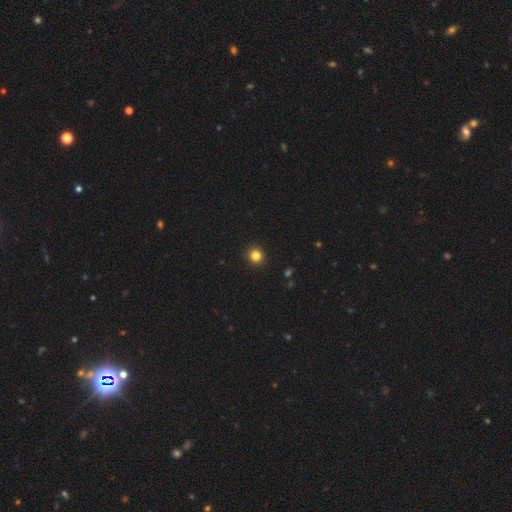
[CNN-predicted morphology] Smooth or featured?
  - smooth: 83% *
  - star or artifact: 13%
  - featured or disk: 4%
How rounded?
  - round: 93% *
  - in between: 6%
  - cigar-shaped: 1%
Merging?
  - none: 93% *
  - minor disturbance: 5%
  - major disturbance: 2%
  - merger: 1%